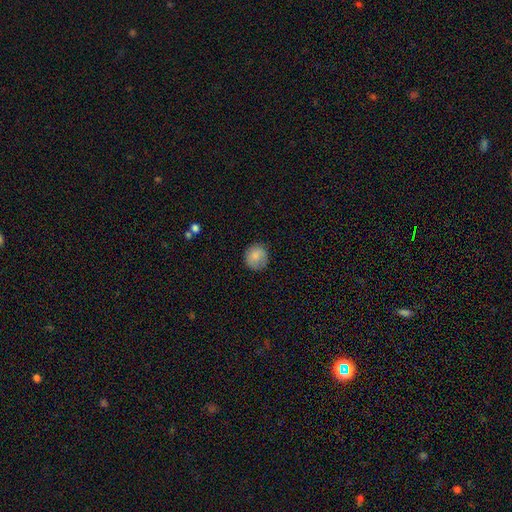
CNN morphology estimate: A smooth galaxy with no disk features (84%) that is round (88%).

Vote fractions:
- Smooth or featured? smooth: 84% / featured or disk: 9% / star or artifact: 8%
- How rounded? round: 88% / in between: 11% / cigar-shaped: 1%
- Merging? none: 83% / minor disturbance: 13% / major disturbance: 3% / merger: 1%